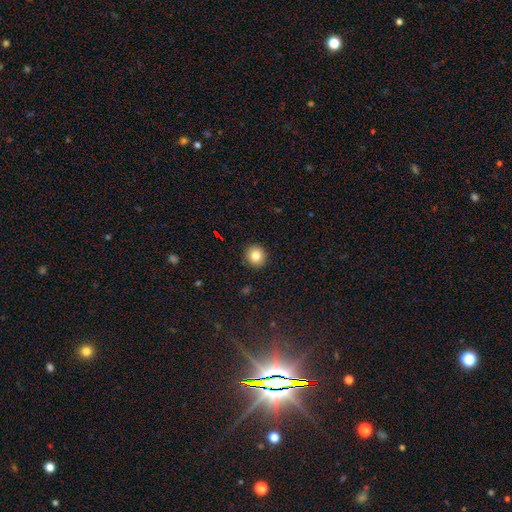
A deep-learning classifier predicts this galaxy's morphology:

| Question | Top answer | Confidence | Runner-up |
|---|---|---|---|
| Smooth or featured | smooth | 82% | star or artifact (11%) |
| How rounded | round | 92% | in between (7%) |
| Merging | none | 92% | minor disturbance (5%) |